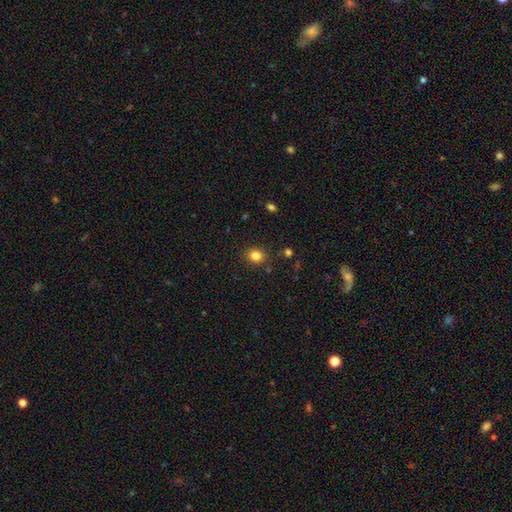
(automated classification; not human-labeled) This is clearly a smooth galaxy (83%). How rounded: likely round (62%). Merging: clearly none (86%).